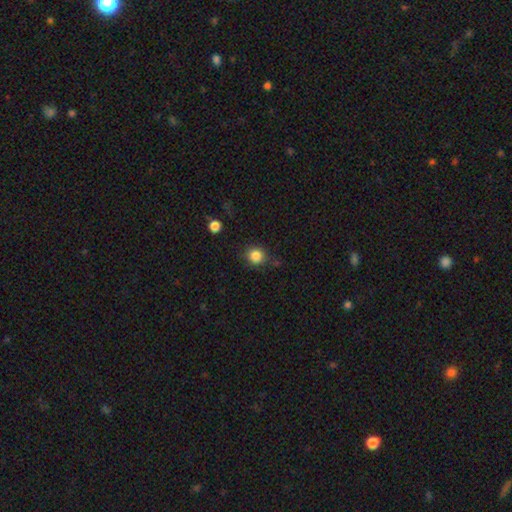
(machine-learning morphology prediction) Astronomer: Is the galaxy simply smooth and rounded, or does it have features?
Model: smooth — 85%.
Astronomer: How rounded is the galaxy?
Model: round — 90%.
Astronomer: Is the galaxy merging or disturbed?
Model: none — 82%.